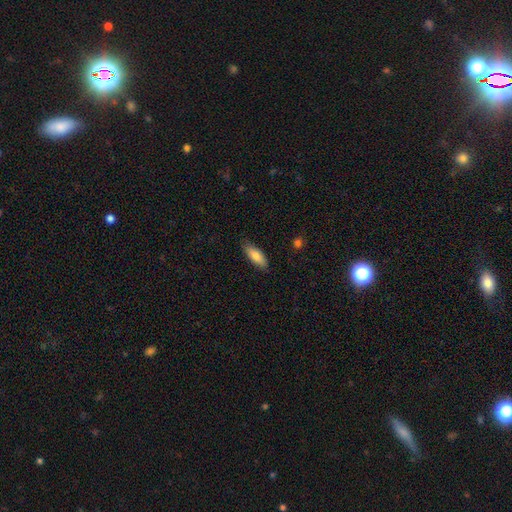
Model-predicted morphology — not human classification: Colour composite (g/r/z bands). It shows a smooth galaxy with no disk features (80%) that is in between round and cigar-shaped (67%). Merging: none (82%).